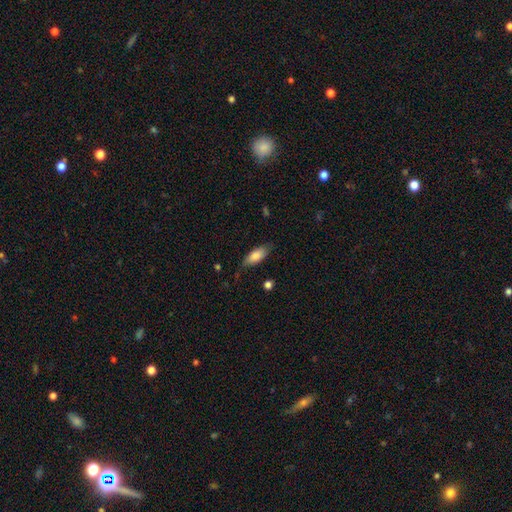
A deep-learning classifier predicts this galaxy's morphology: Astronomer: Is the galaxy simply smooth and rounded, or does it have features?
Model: smooth — 80%.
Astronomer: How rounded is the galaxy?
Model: in between — 75%.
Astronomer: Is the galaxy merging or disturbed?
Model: none — 75%.